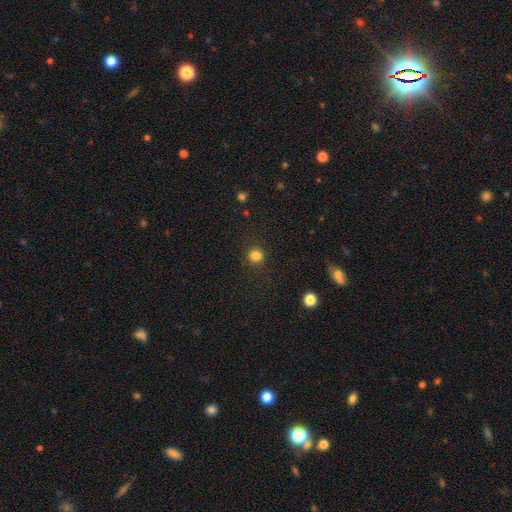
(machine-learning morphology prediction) Overall: smooth (84%). How rounded: round (91%). Merging: none (88%).